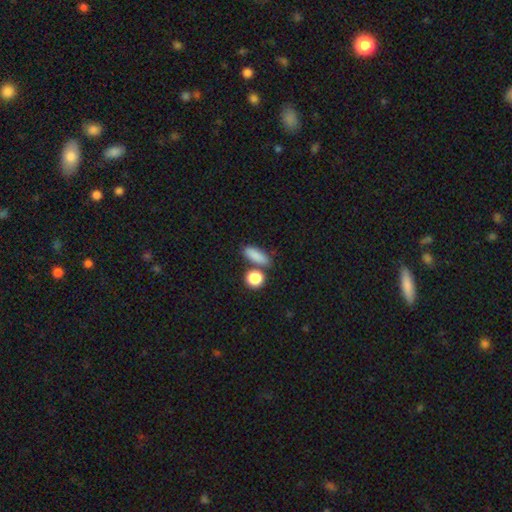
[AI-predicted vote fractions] Q: Smooth or featured?
A: smooth (85%); runner-up: star or artifact (9%)
Q: How rounded?
A: in between (58%); runner-up: cigar-shaped (26%)
Q: Merging?
A: none (69%); runner-up: merger (14%)